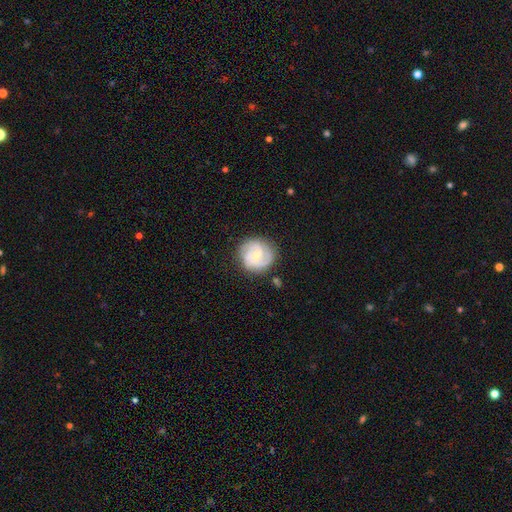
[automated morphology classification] Smooth or featured? featured or disk (77%)
Edge-on disk? no (98%)
Bar? no (52%)
Spiral arms? yes (95%)
Spiral winding? tight (58%)
Spiral arm count? 2 (44%)
Bulge size? small (66%)
Merging? none (80%)